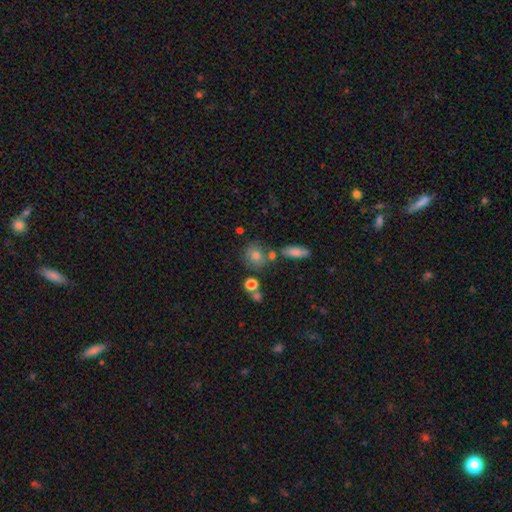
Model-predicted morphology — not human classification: smooth_or_featured: smooth (p=0.73) [alt: featured or disk p=0.15]
how_rounded: round (p=0.71) [alt: in between p=0.27]
merging: none (p=0.64) [alt: merger p=0.17]